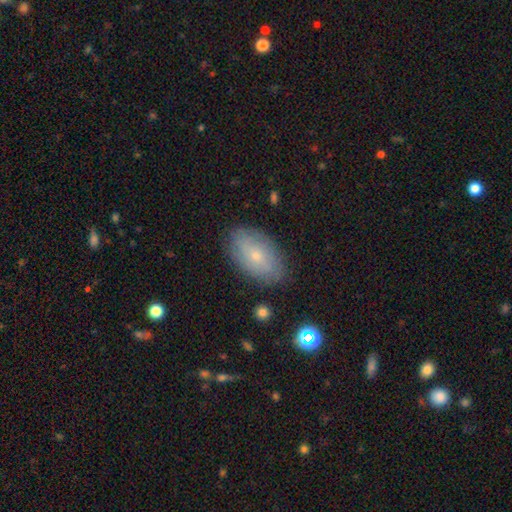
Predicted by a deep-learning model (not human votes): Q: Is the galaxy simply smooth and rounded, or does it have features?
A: smooth — 58%.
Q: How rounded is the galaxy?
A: in between — 92%.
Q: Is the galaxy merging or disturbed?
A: none — 82%.